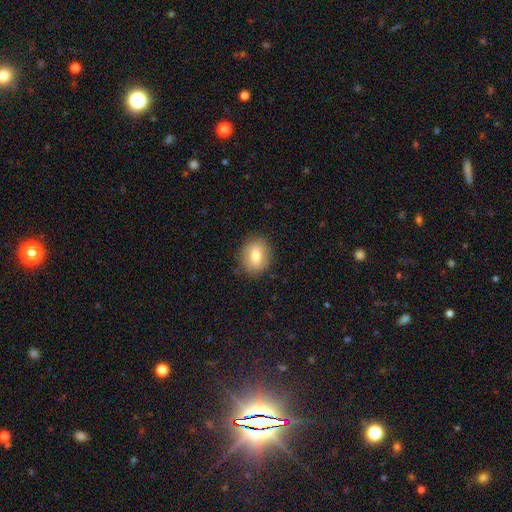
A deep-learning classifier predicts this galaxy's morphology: The model was most divided on "how rounded": in between: 56%, round: 43%, cigar-shaped: 1%. More confident: merging — none (84%); smooth or featured — smooth (73%).